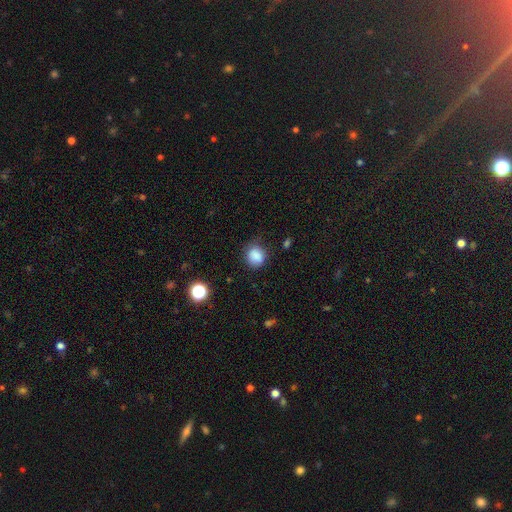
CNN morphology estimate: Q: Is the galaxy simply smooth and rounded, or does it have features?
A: smooth — 84%.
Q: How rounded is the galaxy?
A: round — 75%.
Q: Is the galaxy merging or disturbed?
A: none — 73%.